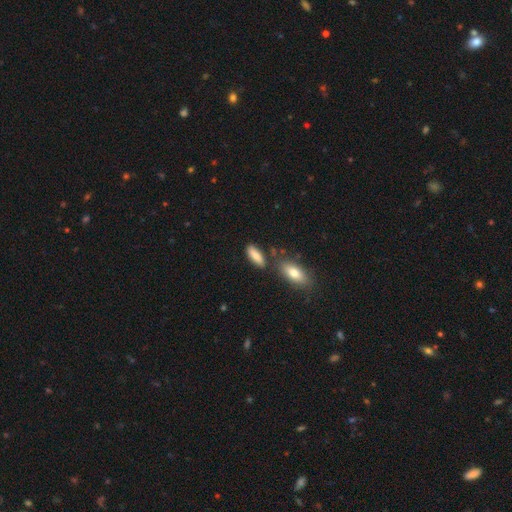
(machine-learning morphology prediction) The model was most divided on "how rounded": in between: 66%, cigar-shaped: 31%, round: 2%. More confident: smooth or featured — smooth (83%); merging — none (71%).